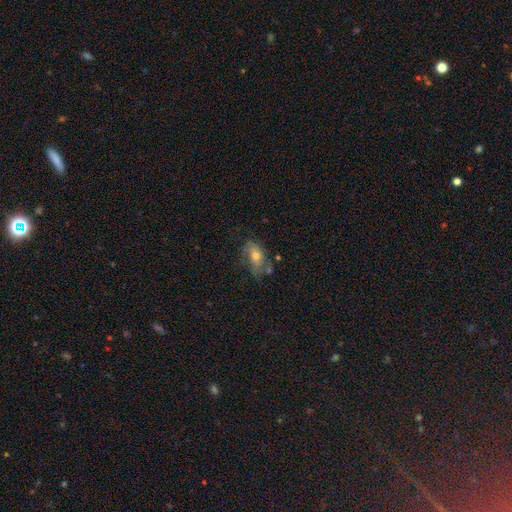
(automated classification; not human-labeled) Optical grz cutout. It shows a smooth galaxy with no disk features (46%). Merging: none (49%).